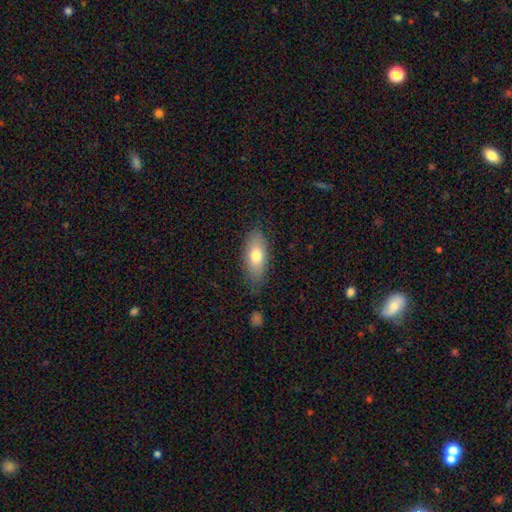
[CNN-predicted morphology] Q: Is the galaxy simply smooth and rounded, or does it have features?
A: smooth — 73%.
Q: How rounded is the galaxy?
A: in between — 80%.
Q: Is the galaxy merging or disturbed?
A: none — 78%.